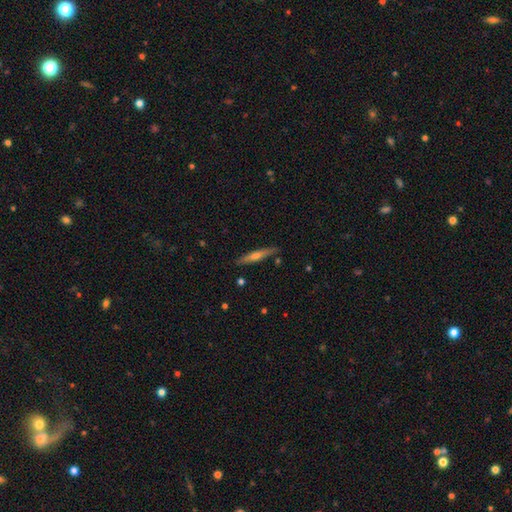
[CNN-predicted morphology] Smooth or featured?
  - featured or disk: 62% *
  - smooth: 31%
  - star or artifact: 7%
Edge-on disk?
  - yes: 96% *
  - no: 4%
Edge-on bulge?
  - rounded: 80% *
  - none: 15%
  - boxy: 5%
Merging?
  - none: 88% *
  - minor disturbance: 9%
  - merger: 2%
  - major disturbance: 2%